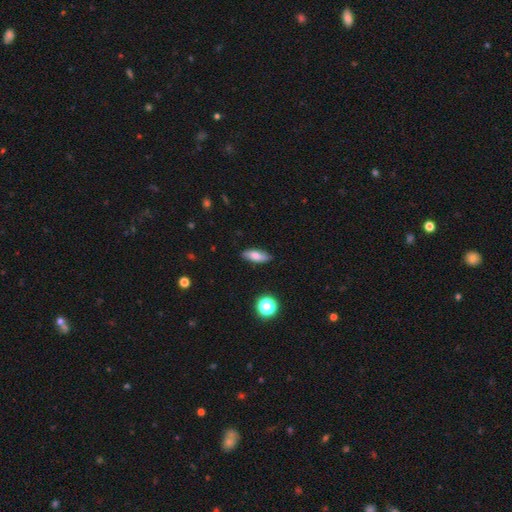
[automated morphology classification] smooth 73%, featured or disk 19%, star or artifact 9%. Down the decision tree: how rounded — in between (70%); merging — none (84%).